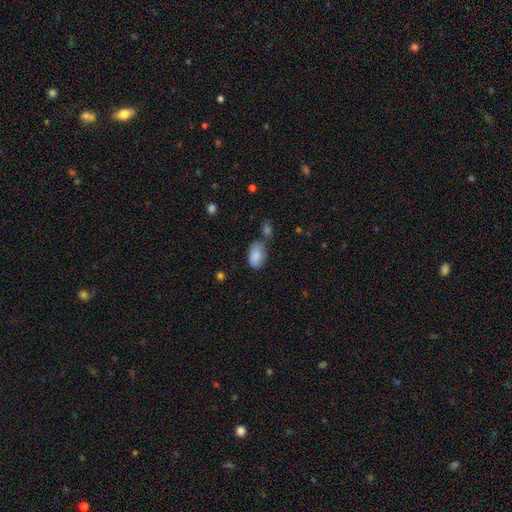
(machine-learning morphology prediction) The model was most divided on "merging": none: 50%, minor disturbance: 23%, merger: 19%, major disturbance: 7%. More confident: how rounded — in between (92%); smooth or featured — smooth (84%).